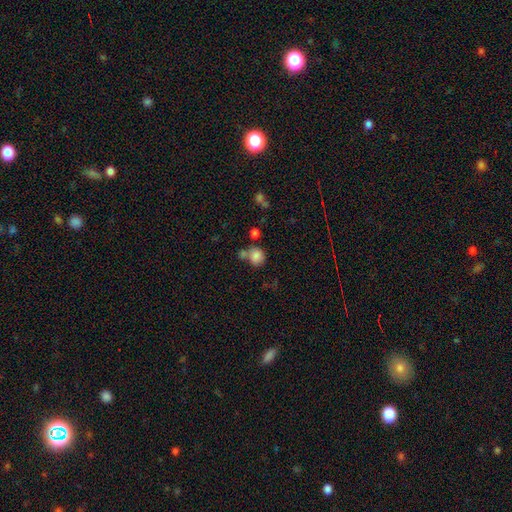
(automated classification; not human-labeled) smooth-or-featured: smooth: 82% | star or artifact: 10% | featured or disk: 7%
  how-rounded: round: 80% | in between: 19% | cigar-shaped: 1%
  merging: none: 53% | merger: 27% | minor disturbance: 14% | major disturbance: 6%